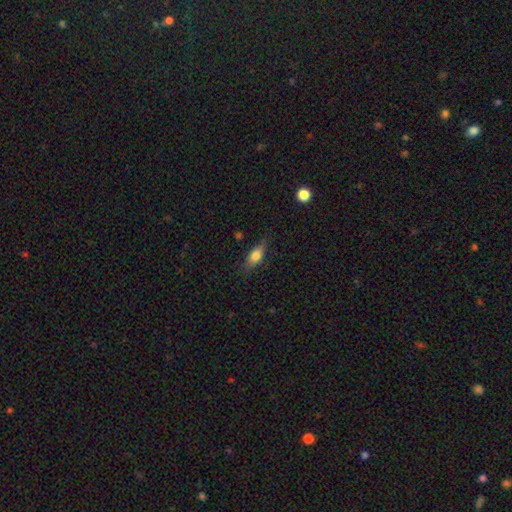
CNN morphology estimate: This is likely a smooth galaxy (68%). How rounded: likely in between (64%). Merging: likely none (77%).